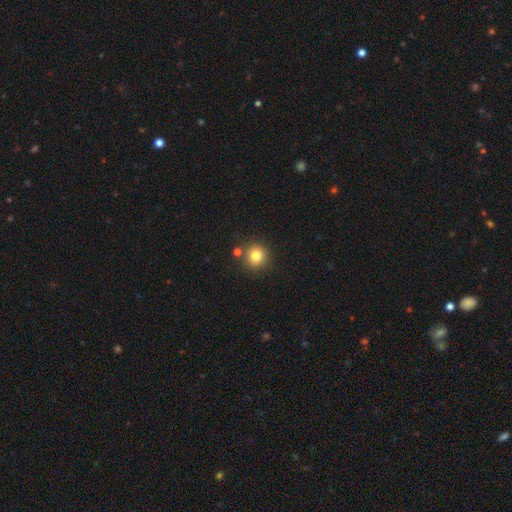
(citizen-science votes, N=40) smooth_or_featured: smooth (p=0.80) [alt: star or artifact p=0.12]
how_rounded: round (p=0.97) [alt: in between p=0.03]
merging: none (p=0.77) [alt: minor disturbance p=0.11]